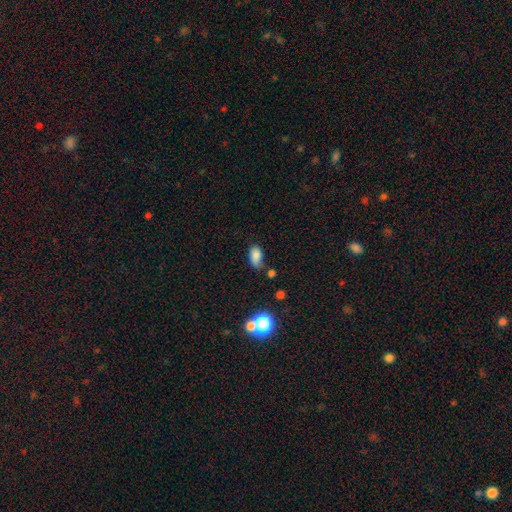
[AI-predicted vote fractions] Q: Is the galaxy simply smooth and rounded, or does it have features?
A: smooth — 81%.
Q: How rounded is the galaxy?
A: in between — 89%.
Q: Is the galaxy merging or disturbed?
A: none — 49%.